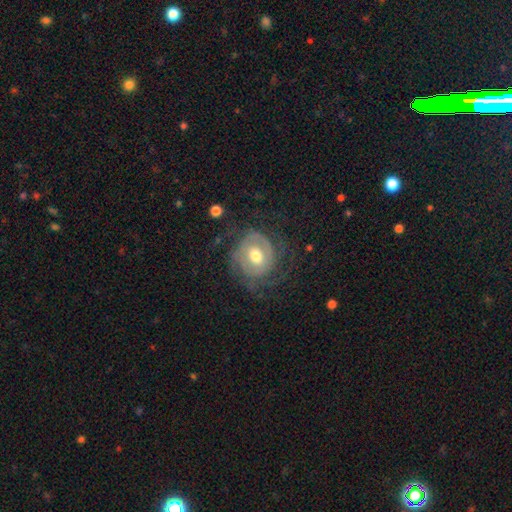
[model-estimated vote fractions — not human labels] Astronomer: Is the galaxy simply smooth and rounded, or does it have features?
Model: featured or disk — 78%.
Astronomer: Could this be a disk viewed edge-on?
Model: no — 97%.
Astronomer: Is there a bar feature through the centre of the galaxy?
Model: no — 52% (runner-up: weak, 39%).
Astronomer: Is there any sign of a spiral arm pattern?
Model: yes — 87%.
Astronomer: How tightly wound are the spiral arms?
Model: tight — 59%.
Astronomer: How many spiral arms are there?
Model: can't tell — 37% (runner-up: 2, 29%).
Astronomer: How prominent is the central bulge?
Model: moderate — 73%.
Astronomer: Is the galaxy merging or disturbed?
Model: none — 63%.